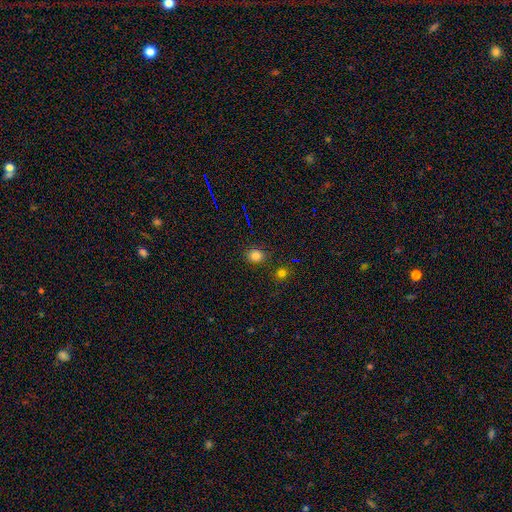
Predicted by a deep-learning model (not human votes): smooth 80%, star or artifact 14%, featured or disk 5%. Down the decision tree: how rounded — round (71%); merging — none (85%).